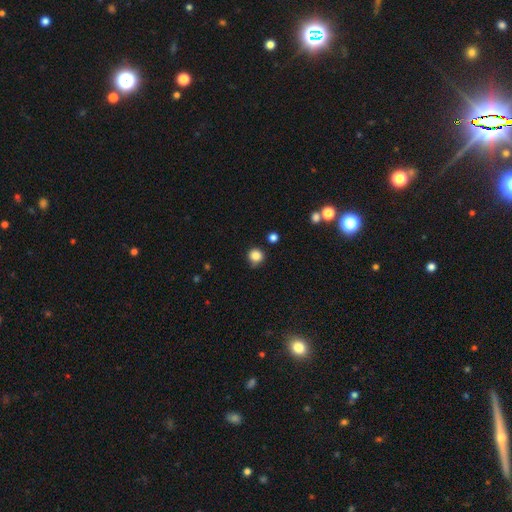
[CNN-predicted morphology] Smooth or featured? smooth (84%)
How rounded? round (92%)
Merging? none (77%)